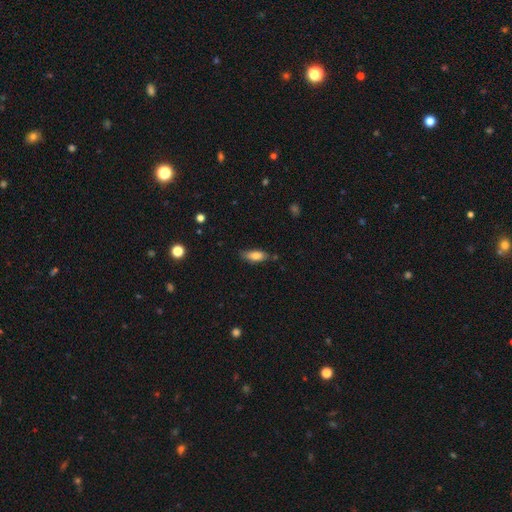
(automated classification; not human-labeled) Smooth or featured? smooth (78%)
How rounded? in between (74%)
Merging? none (71%)